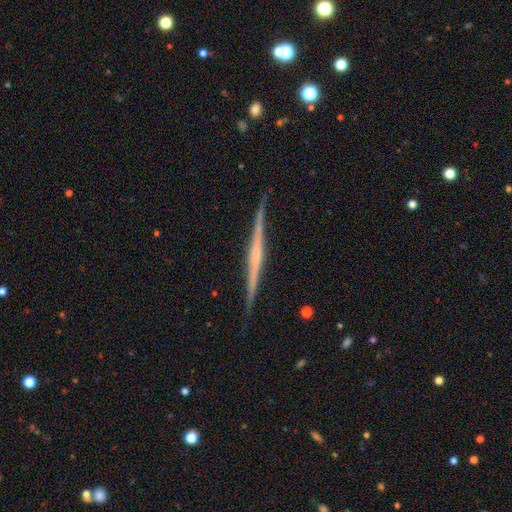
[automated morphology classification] type=featured or disk (78%); edge-on=yes (98%); edge-on bulge=none (52%); merging=none (89%).